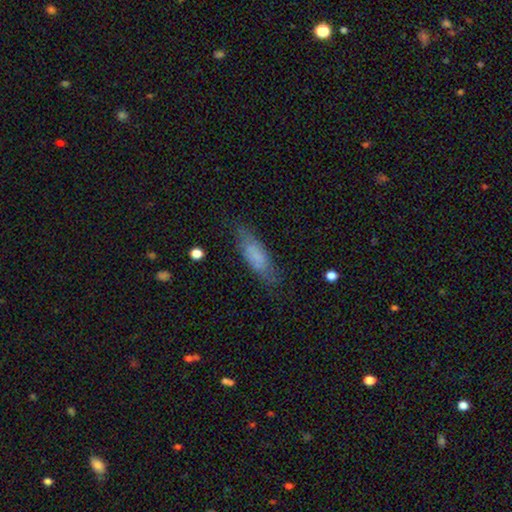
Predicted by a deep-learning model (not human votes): Overall: smooth (68%). How rounded: in between (52%; cigar-shaped 46%). Merging: none (74%).